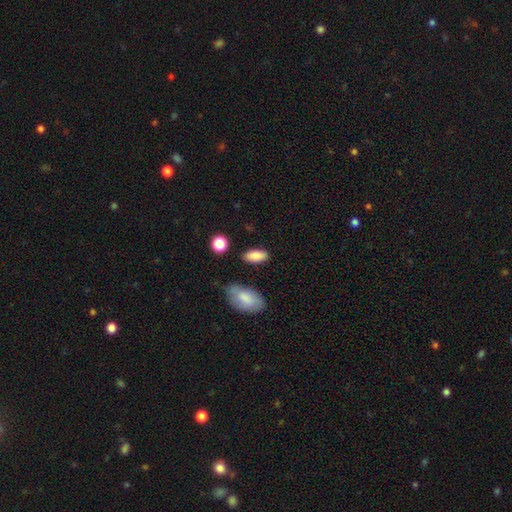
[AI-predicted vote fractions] A smooth galaxy with no disk features (86%) that is in between round and cigar-shaped (88%). Merging: none (80%).